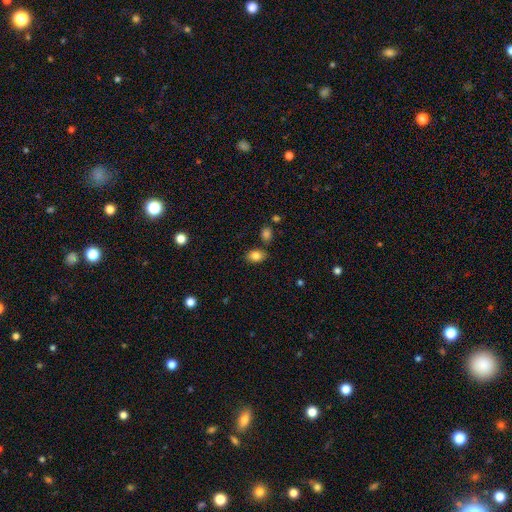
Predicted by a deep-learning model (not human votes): Q: Smooth or featured?
A: smooth (83%); runner-up: star or artifact (10%)
Q: How rounded?
A: in between (80%); runner-up: round (19%)
Q: Merging?
A: none (77%); runner-up: minor disturbance (13%)